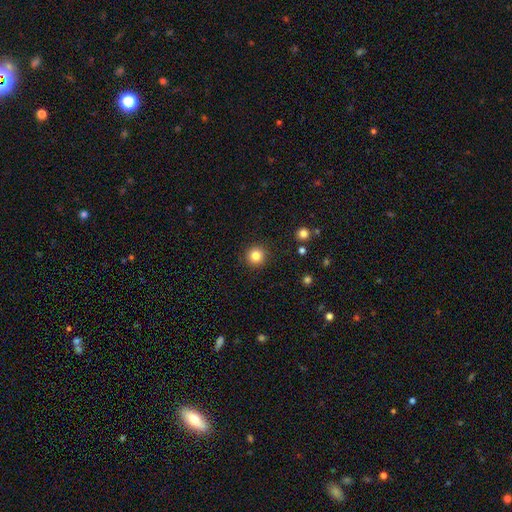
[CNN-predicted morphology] smooth_or_featured: smooth (p=0.83) [alt: star or artifact p=0.11]
how_rounded: round (p=0.94) [alt: in between p=0.05]
merging: none (p=0.91) [alt: minor disturbance p=0.06]